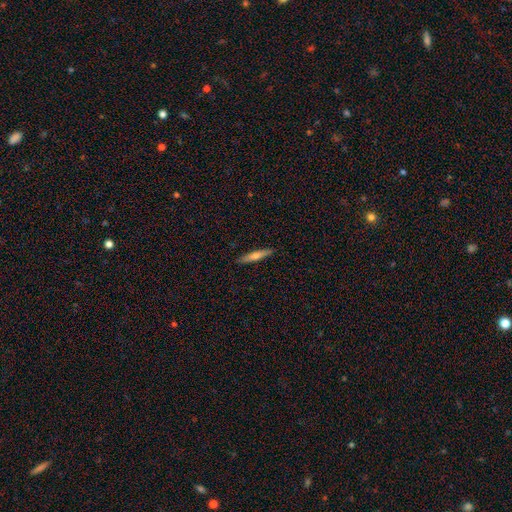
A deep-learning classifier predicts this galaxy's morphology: The model was most divided on "smooth or featured": smooth: 58%, featured or disk: 36%, star or artifact: 6%. More confident: merging — none (91%); how rounded — cigar-shaped (90%).